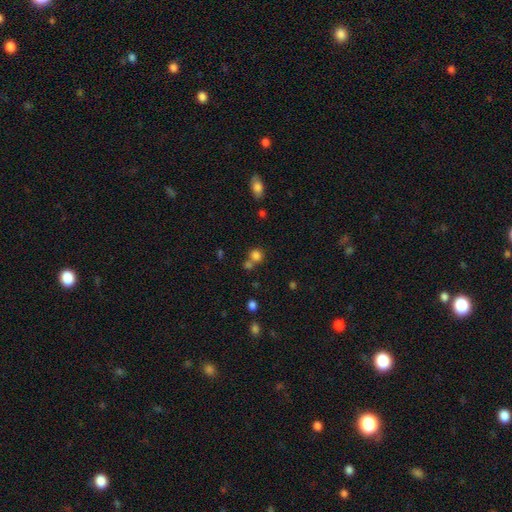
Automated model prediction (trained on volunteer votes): Smooth or featured? Predicted: smooth (p=0.79). How rounded? Predicted: round (p=0.84). Merging? Predicted: none (p=0.55).